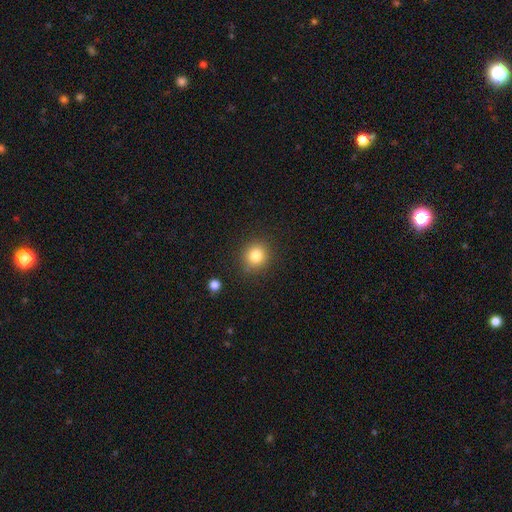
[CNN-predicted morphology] Smooth or featured? Predicted: smooth (p=0.82). How rounded? Predicted: round (p=0.87). Merging? Predicted: none (p=0.87).